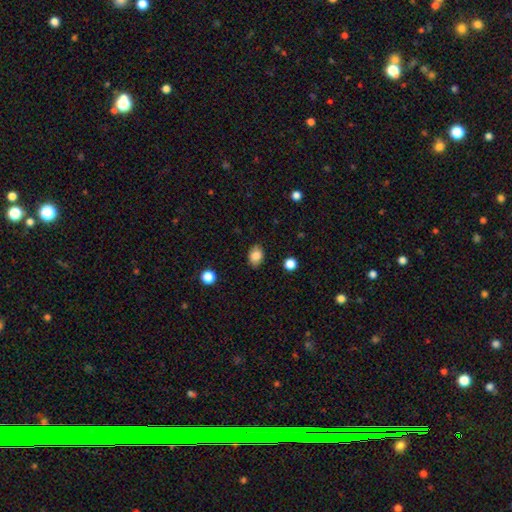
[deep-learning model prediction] A smooth galaxy with no disk features (85%) that is in between round and cigar-shaped (68%).

Vote fractions:
- Smooth or featured? smooth: 85% / star or artifact: 9% / featured or disk: 6%
- How rounded? in between: 68% / round: 31% / cigar-shaped: 1%
- Merging? none: 85% / minor disturbance: 11% / major disturbance: 3% / merger: 1%